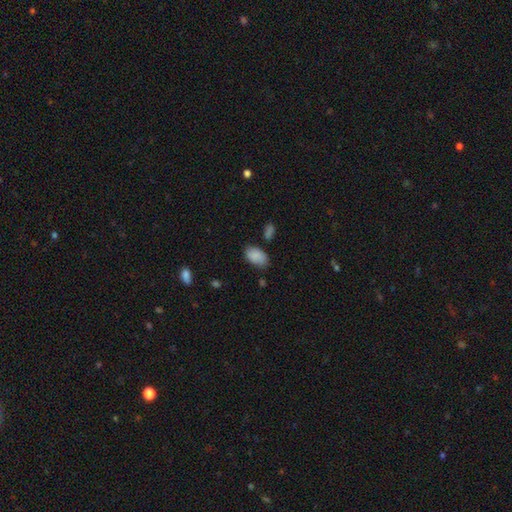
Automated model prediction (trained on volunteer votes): Smooth or featured? smooth (87%)
How rounded? in between (92%)
Merging? none (73%)